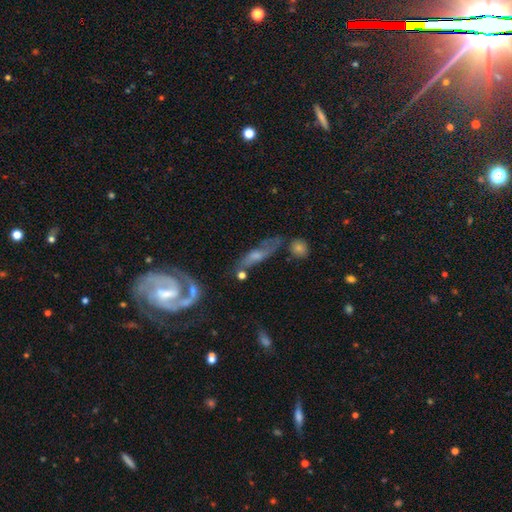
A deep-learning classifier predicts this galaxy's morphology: The model was most divided on "edge-on disk": no: 69%, yes: 31%. More confident: smooth or featured — featured or disk (68%); merging — none (57%).